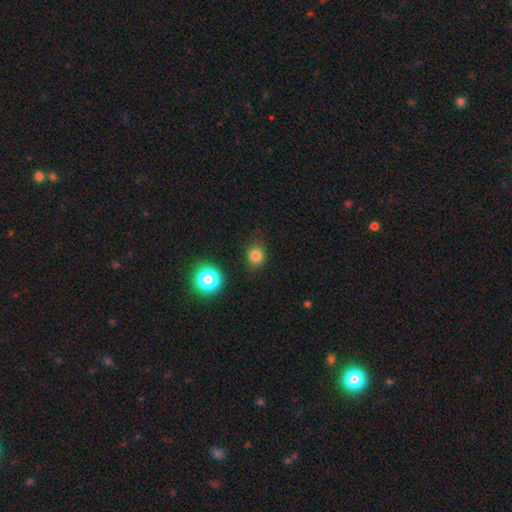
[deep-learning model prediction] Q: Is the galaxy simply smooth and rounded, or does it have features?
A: smooth — 80%.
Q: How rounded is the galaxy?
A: round — 79%.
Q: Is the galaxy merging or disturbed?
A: none — 85%.